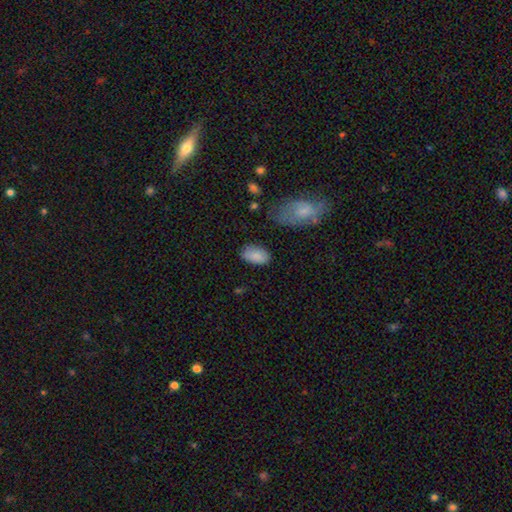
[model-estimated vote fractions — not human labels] This is clearly a smooth galaxy (85%). How rounded: clearly in between (94%). Merging: likely none (74%).